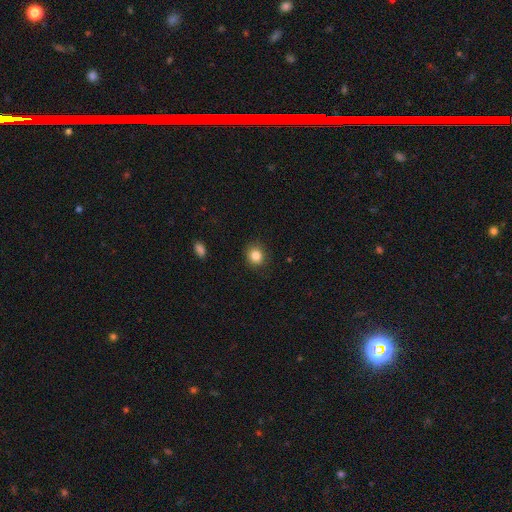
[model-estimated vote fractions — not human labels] Morphology: type=smooth (84%); roundness=round (81%); merging=none (89%).